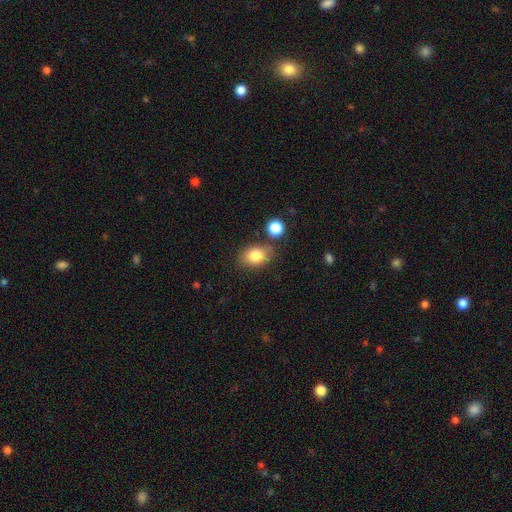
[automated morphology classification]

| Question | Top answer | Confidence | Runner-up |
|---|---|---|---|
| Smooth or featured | smooth | 83% | star or artifact (9%) |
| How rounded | in between | 70% | round (29%) |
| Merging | none | 70% | minor disturbance (16%) |